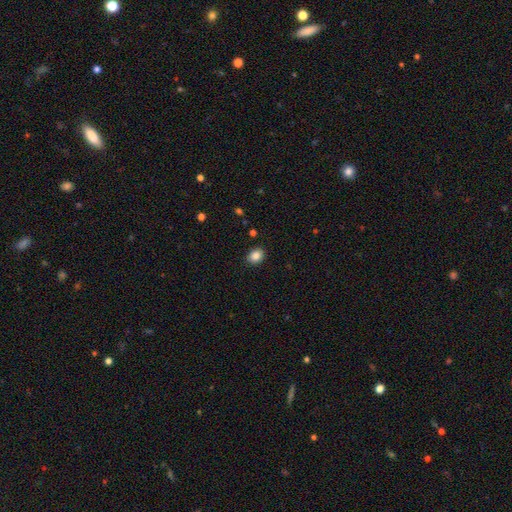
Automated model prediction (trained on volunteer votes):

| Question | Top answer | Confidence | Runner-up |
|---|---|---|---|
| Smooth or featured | smooth | 87% | star or artifact (9%) |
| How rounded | in between | 60% | round (39%) |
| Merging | none | 89% | minor disturbance (8%) |